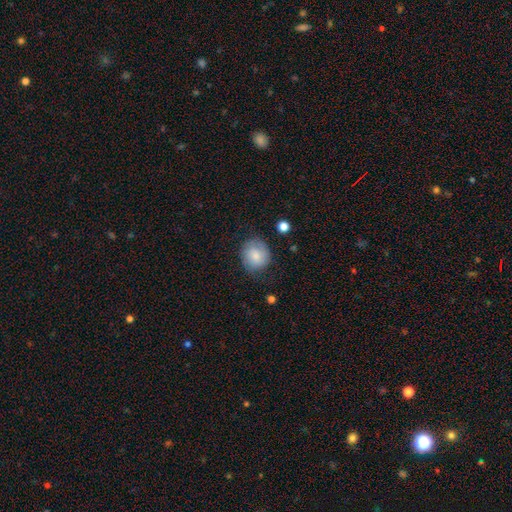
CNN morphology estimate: smooth-or-featured: smooth: 73% | featured or disk: 19% | star or artifact: 8%
  how-rounded: round: 78% | in between: 21% | cigar-shaped: 1%
  merging: none: 70% | minor disturbance: 21% | major disturbance: 7% | merger: 2%